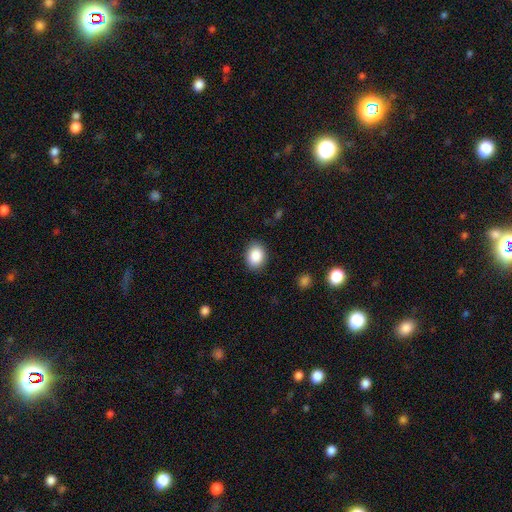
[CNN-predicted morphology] This is clearly a smooth galaxy (88%). How rounded: possibly in between (56%). Merging: clearly none (87%).